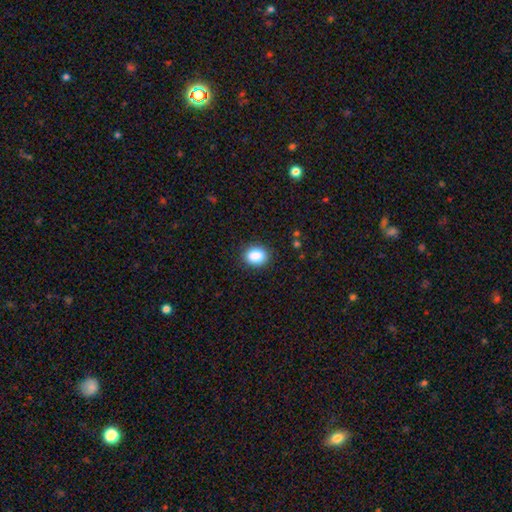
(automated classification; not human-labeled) The model was most divided on "how rounded": in between: 55%, round: 44%, cigar-shaped: 1%. More confident: merging — none (88%); smooth or featured — smooth (88%).